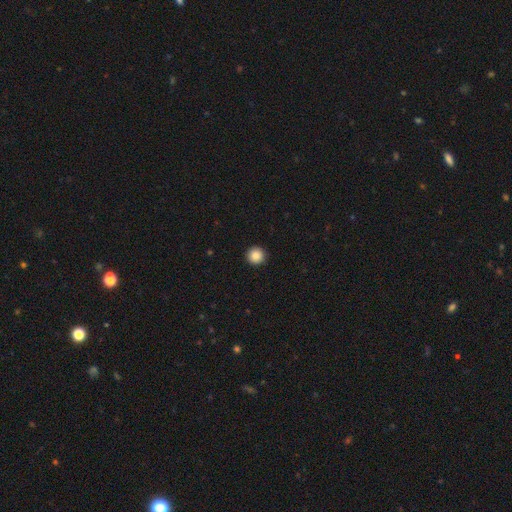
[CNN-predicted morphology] A smooth galaxy with no disk features (88%) that is round (96%).

Vote fractions:
- Smooth or featured? smooth: 88% / star or artifact: 10% / featured or disk: 3%
- How rounded? round: 96% / in between: 3% / cigar-shaped: 1%
- Merging? none: 93% / minor disturbance: 4% / major disturbance: 2% / merger: 1%